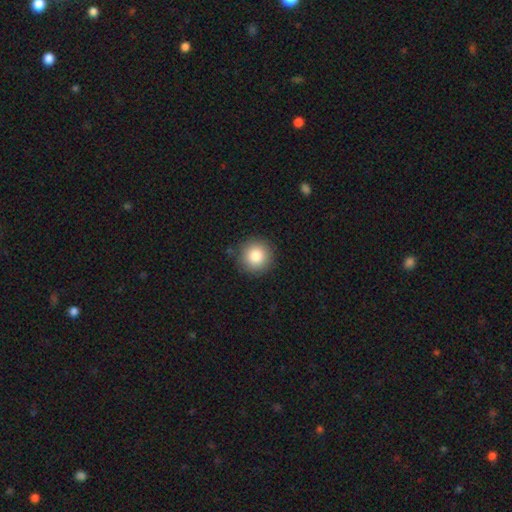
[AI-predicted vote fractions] Smooth or featured? Predicted: smooth (p=0.84). How rounded? Predicted: round (p=0.95). Merging? Predicted: none (p=0.89).